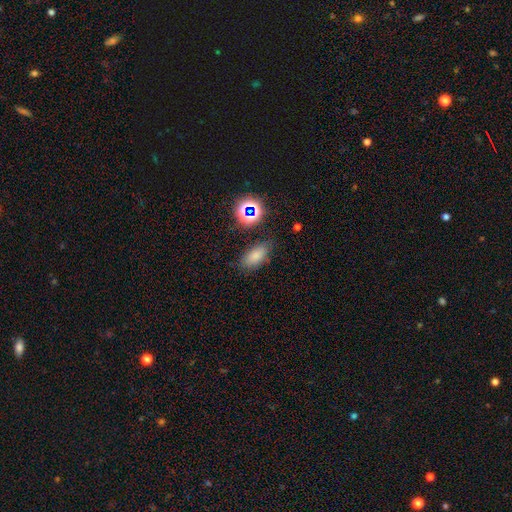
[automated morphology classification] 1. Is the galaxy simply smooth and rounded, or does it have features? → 75% smooth, 16% star or artifact, 9% featured or disk.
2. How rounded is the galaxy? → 86% in between, 7% round, 7% cigar-shaped.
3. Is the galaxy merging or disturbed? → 78% none, 14% minor disturbance, 5% major disturbance, 3% merger.